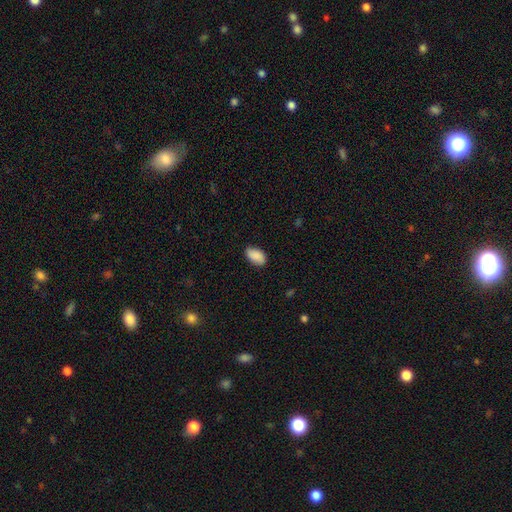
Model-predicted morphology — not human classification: Smooth or featured: smooth — 88% (star or artifact — 6%)
How rounded: in between — 94% (round — 5%)
Merging: none — 84% (minor disturbance — 13%)